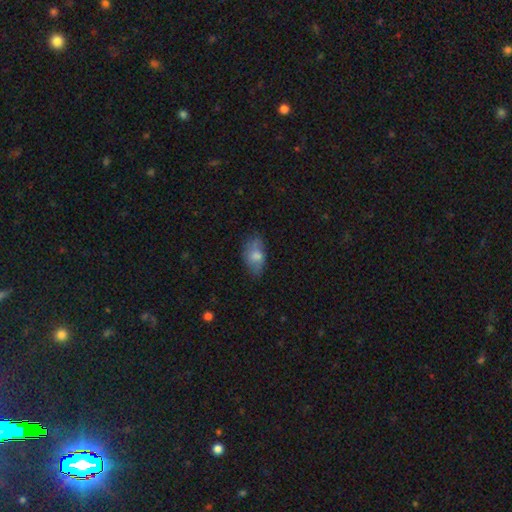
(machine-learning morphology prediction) A smooth galaxy with no disk features (65%) that is in between round and cigar-shaped (90%).

Vote fractions:
- Smooth or featured? smooth: 65% / featured or disk: 27% / star or artifact: 8%
- How rounded? in between: 90% / round: 6% / cigar-shaped: 3%
- Merging? none: 66% / minor disturbance: 25% / major disturbance: 7% / merger: 2%